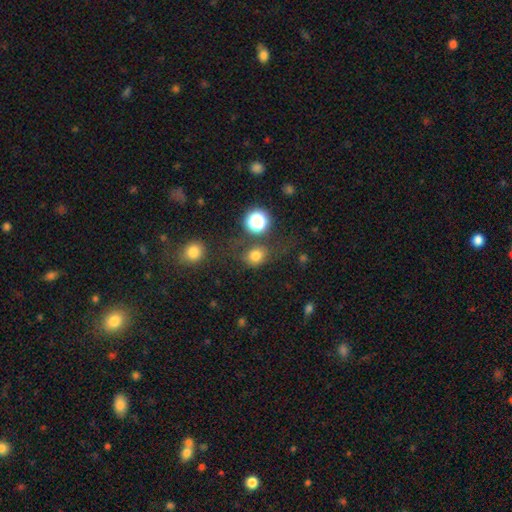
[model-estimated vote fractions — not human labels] A smooth galaxy with no disk features (75%) that is round (68%).

Vote fractions:
- Smooth or featured? smooth: 75% / star or artifact: 17% / featured or disk: 7%
- How rounded? round: 68% / in between: 31% / cigar-shaped: 1%
- Merging? none: 66% / minor disturbance: 16% / major disturbance: 9% / merger: 9%